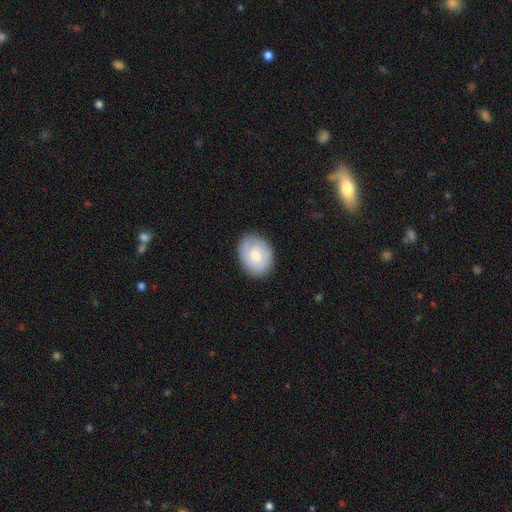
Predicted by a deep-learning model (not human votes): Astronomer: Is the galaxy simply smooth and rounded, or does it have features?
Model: smooth — 65%.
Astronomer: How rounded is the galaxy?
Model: in between — 58% (runner-up: round, 41%).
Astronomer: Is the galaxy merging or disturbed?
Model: none — 84%.